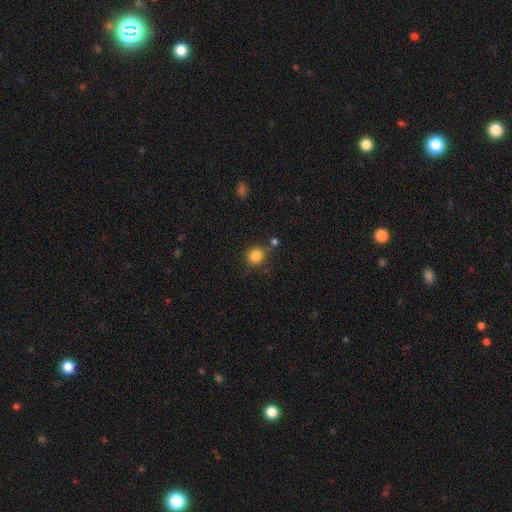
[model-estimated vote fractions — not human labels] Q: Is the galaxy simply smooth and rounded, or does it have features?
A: smooth — 84%.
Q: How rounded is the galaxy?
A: round — 90%.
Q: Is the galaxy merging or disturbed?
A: none — 76%.